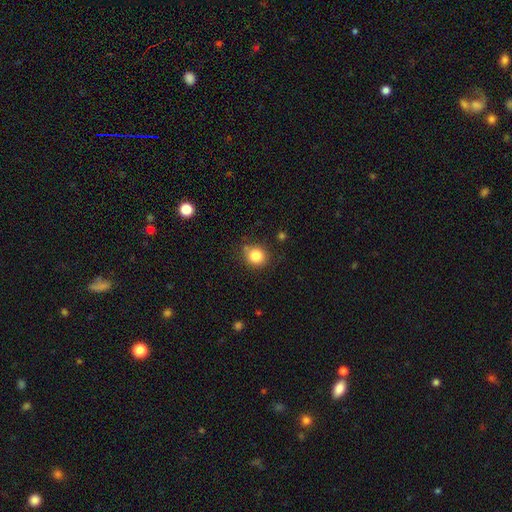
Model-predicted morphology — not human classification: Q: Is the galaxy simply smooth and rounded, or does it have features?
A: smooth — 84%.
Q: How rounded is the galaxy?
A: round — 86%.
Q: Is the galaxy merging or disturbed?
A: none — 81%.